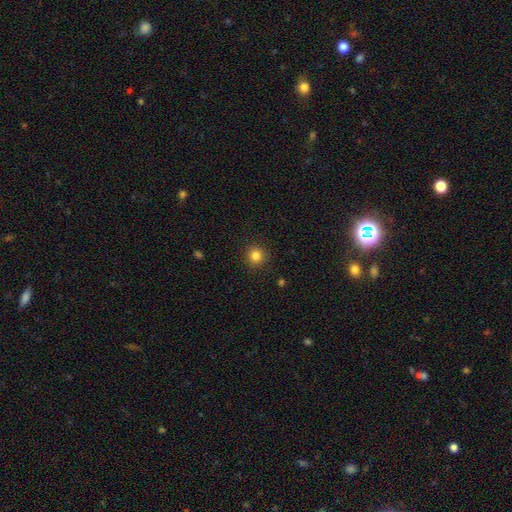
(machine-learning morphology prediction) A smooth galaxy with no disk features (83%) that is round (93%).

Vote fractions:
- Smooth or featured? smooth: 83% / star or artifact: 12% / featured or disk: 5%
- How rounded? round: 93% / in between: 6% / cigar-shaped: 1%
- Merging? none: 91% / minor disturbance: 6% / major disturbance: 2% / merger: 1%